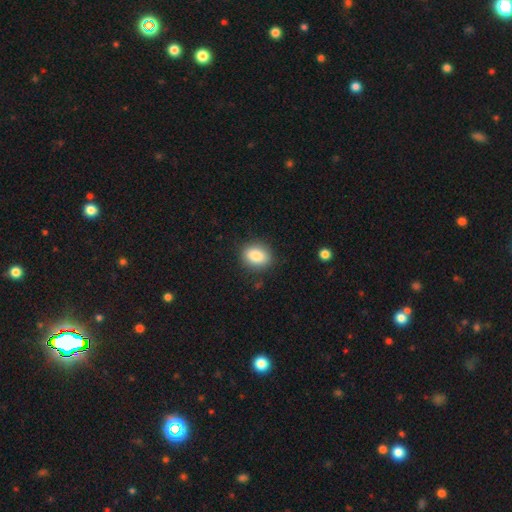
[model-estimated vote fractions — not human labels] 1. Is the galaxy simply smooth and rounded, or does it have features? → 86% smooth, 9% star or artifact, 6% featured or disk.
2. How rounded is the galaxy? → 61% in between, 38% round, 1% cigar-shaped.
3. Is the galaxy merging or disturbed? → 86% none, 10% minor disturbance, 3% major disturbance, 1% merger.